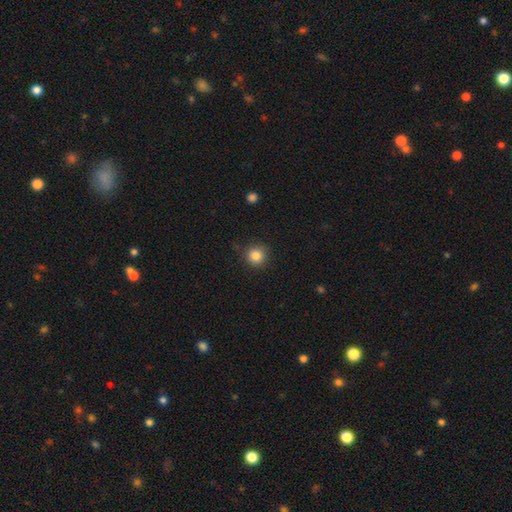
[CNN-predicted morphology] The model was most divided on "smooth or featured": smooth: 84%, star or artifact: 11%, featured or disk: 5%. More confident: how rounded — round (94%); merging — none (88%).